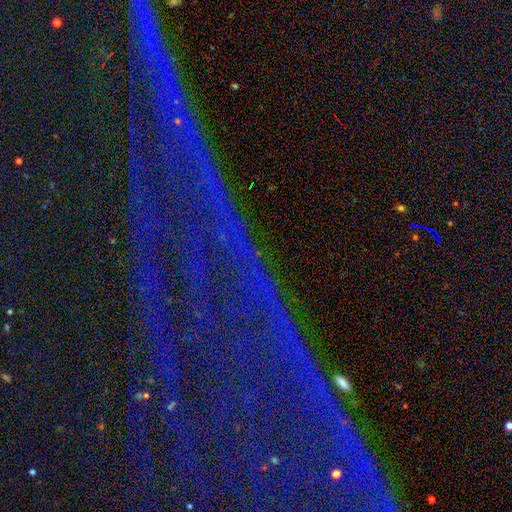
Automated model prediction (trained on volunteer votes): Smooth or featured? Predicted: star or artifact (p=0.81).